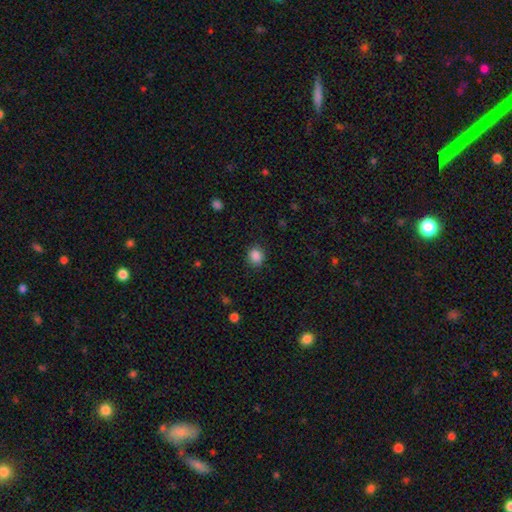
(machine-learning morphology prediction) A smooth galaxy with no disk features (87%) that is round (71%).

Vote fractions:
- Smooth or featured? smooth: 87% / star or artifact: 10% / featured or disk: 3%
- How rounded? round: 71% / in between: 28% / cigar-shaped: 1%
- Merging? none: 87% / minor disturbance: 9% / major disturbance: 3% / merger: 1%